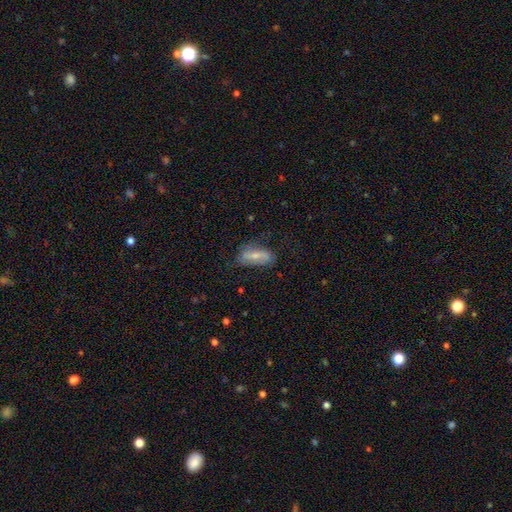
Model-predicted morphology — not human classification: Smooth or featured? smooth (51%)
How rounded? in between (75%)
Merging? none (66%)